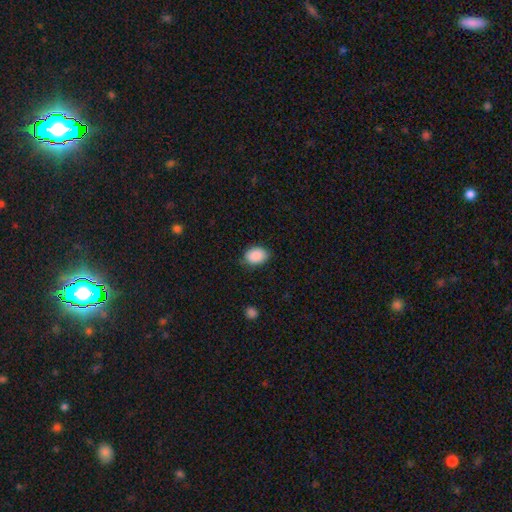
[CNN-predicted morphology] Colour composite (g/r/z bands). It shows a smooth galaxy with no disk features (89%) that is in between round and cigar-shaped (70%). Merging: none (80%).